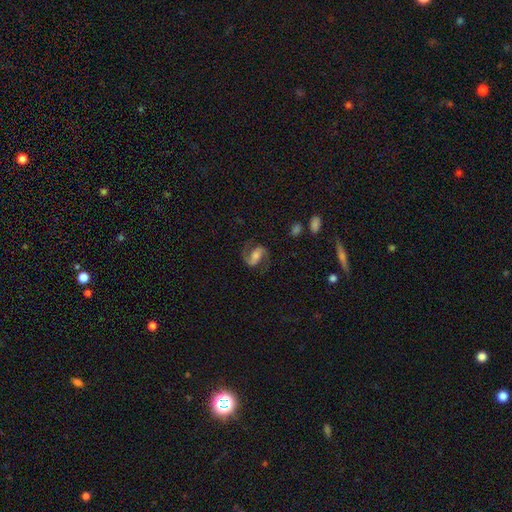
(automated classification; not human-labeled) Q: Smooth or featured?
A: featured or disk (84%); runner-up: smooth (10%)
Q: Edge-on disk?
A: no (97%); runner-up: yes (3%)
Q: Bar?
A: strong (39%); runner-up: weak (37%)
Q: Spiral arms?
A: yes (96%); runner-up: no (4%)
Q: Spiral winding?
A: medium (53%); runner-up: loose (33%)
Q: Spiral arm count?
A: 2 (93%); runner-up: 1 (2%)
Q: Bulge size?
A: moderate (54%); runner-up: small (29%)
Q: Merging?
A: none (77%); runner-up: minor disturbance (13%)